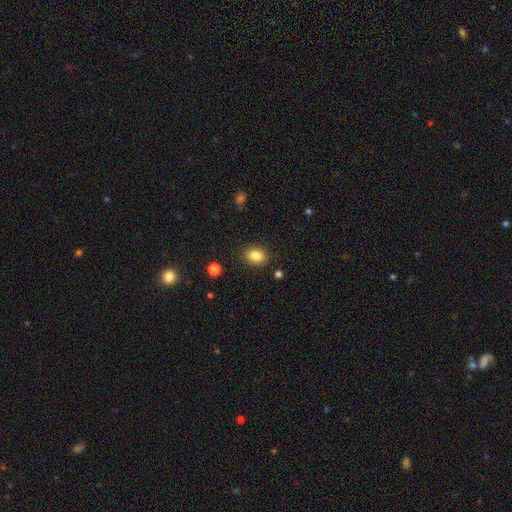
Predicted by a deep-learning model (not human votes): This is clearly a smooth galaxy (84%). How rounded: likely in between (64%). Merging: clearly none (87%).